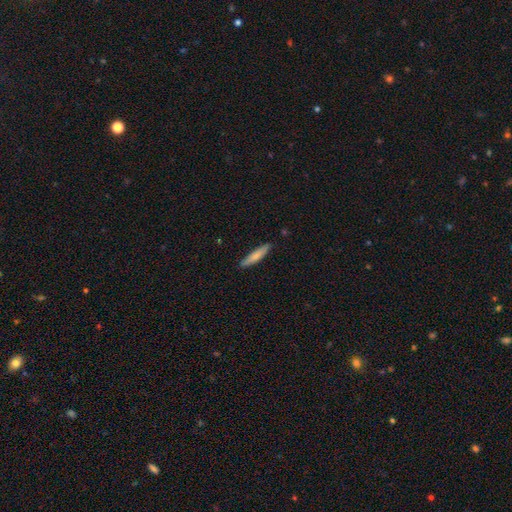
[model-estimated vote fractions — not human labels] Overall: smooth (76%). How rounded: cigar-shaped (86%). Merging: none (87%).